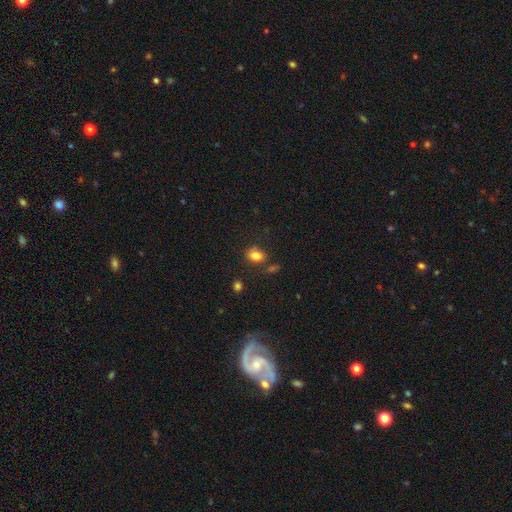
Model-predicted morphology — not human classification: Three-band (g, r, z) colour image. It shows a smooth galaxy with no disk features (82%) that is in between round and cigar-shaped (65%). Merging: none (71%).